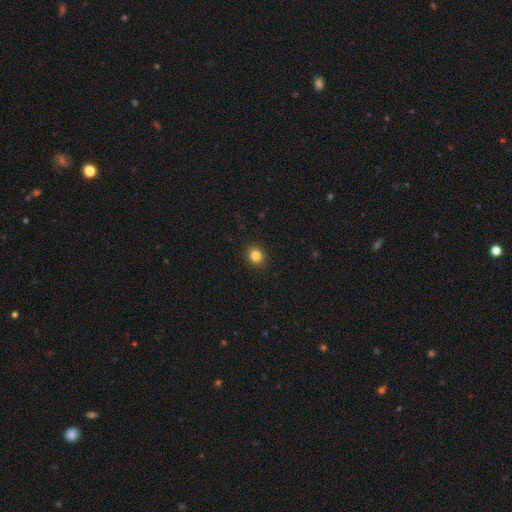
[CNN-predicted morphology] This is clearly a smooth galaxy (83%). How rounded: likely round (71%). Merging: clearly none (91%).